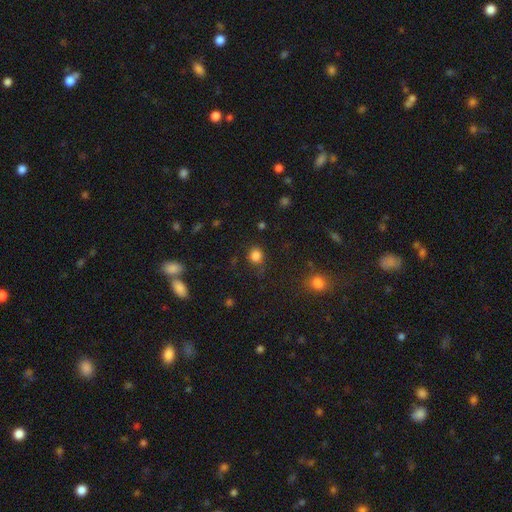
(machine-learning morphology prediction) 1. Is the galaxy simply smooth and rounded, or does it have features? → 82% smooth, 14% star or artifact, 4% featured or disk.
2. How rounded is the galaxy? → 82% round, 17% in between, 1% cigar-shaped.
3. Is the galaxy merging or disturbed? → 77% none, 15% minor disturbance, 5% major disturbance, 3% merger.